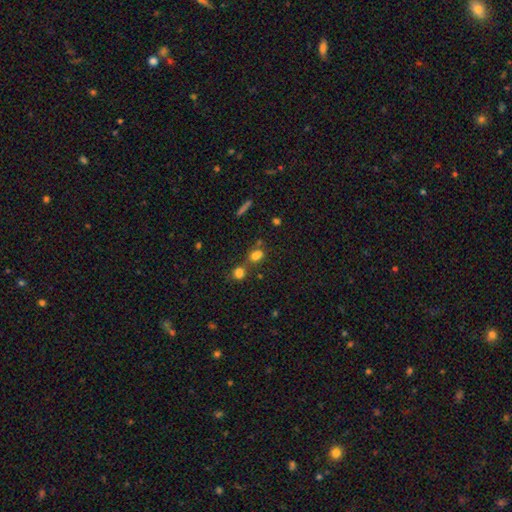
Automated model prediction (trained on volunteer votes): This appears to be a smooth galaxy with no disk features (68%) that is in between round and cigar-shaped (48%, tied with round). Merging: merger (43%).